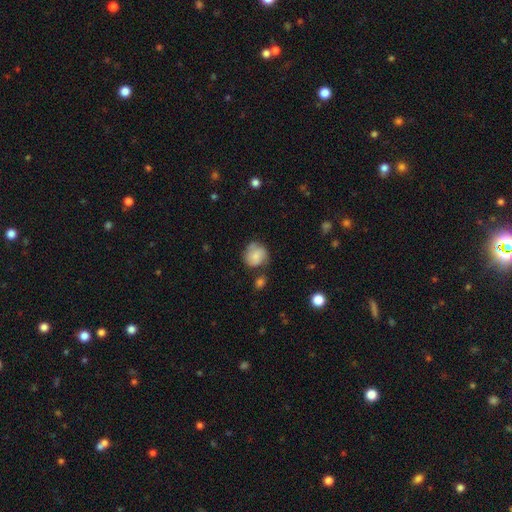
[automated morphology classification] Overall: smooth (64%; featured or disk 28%). How rounded: round (80%). Merging: none (57%; minor disturbance 26%).